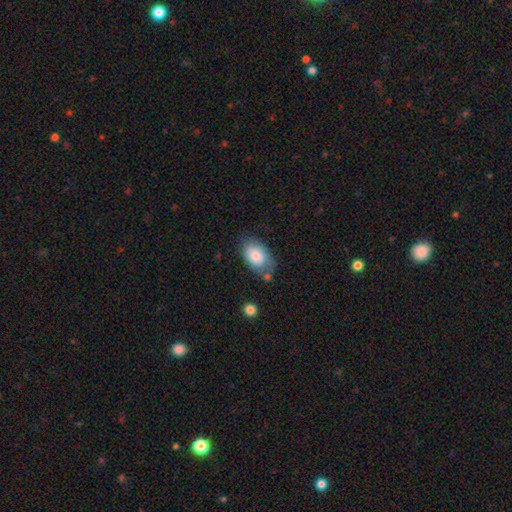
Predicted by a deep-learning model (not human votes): Smooth or featured: smooth — 78% (featured or disk — 15%)
How rounded: in between — 87% (round — 11%)
Merging: none — 52% (minor disturbance — 28%)